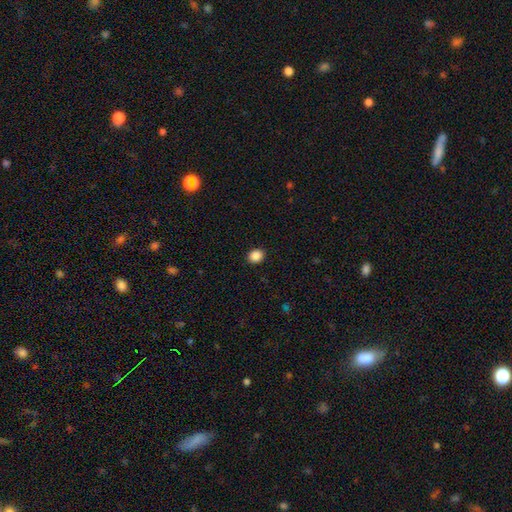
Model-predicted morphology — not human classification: Smooth or featured: smooth — 87% (star or artifact — 10%)
How rounded: round — 56% (in between — 43%)
Merging: none — 91% (minor disturbance — 6%)